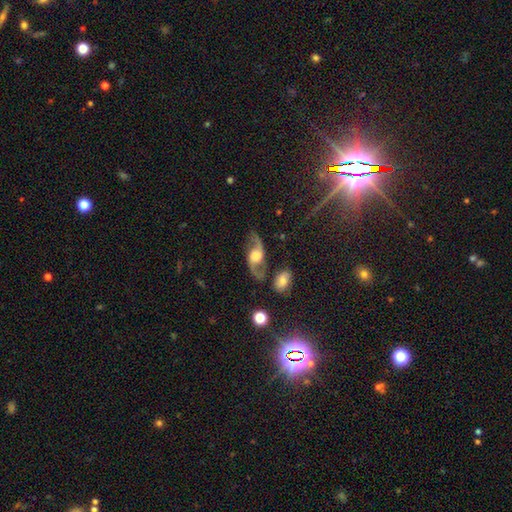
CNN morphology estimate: This is clearly a featured or disk galaxy (83%). It is clearly not viewed edge-on (90%). Bar: possibly no (58%). Spiral arm pattern: clearly yes (93%). Spiral arm count: clearly 2 (94%). Spiral winding: likely loose (67%). Central bulge: possibly large (54%). Merging: likely none (72%).